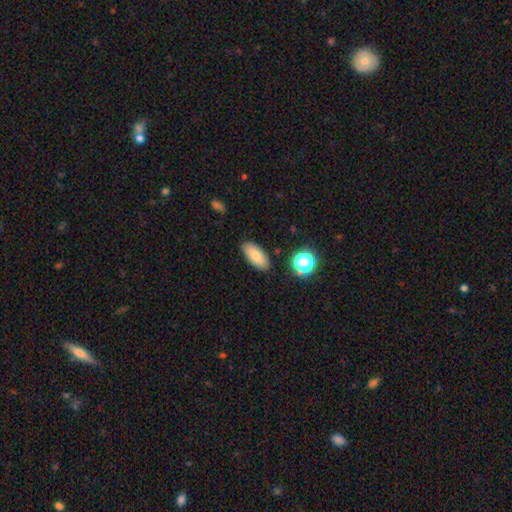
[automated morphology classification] The model was most divided on "smooth or featured": smooth: 79%, featured or disk: 12%, star or artifact: 9%. More confident: merging — none (86%); how rounded — in between (83%).